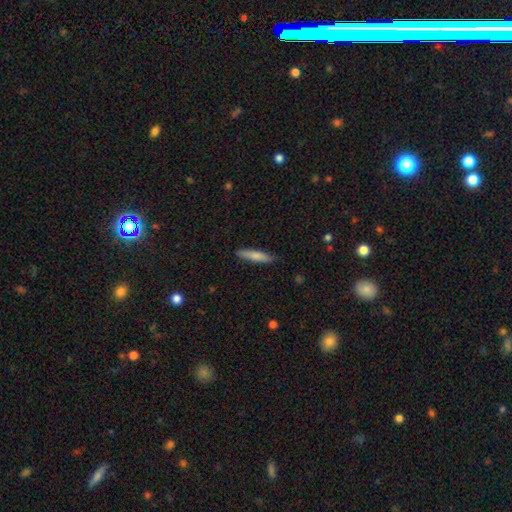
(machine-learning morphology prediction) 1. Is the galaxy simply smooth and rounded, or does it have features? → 77% smooth, 18% featured or disk, 6% star or artifact.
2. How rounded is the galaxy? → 86% cigar-shaped, 12% in between, 1% round.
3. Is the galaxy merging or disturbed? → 86% none, 11% minor disturbance, 2% major disturbance, 1% merger.